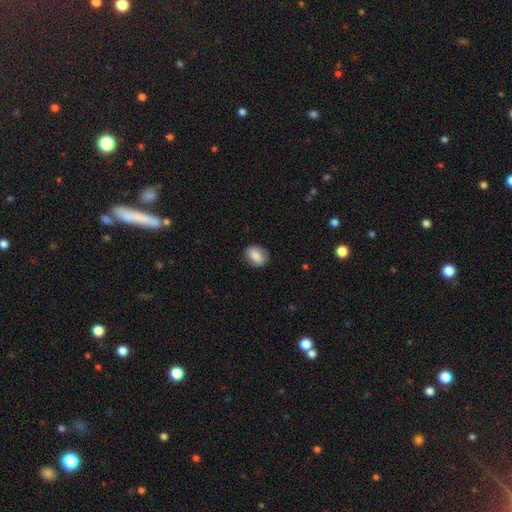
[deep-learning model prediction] smooth 82%, featured or disk 11%, star or artifact 7%. Down the decision tree: how rounded — in between (63%); merging — none (84%).